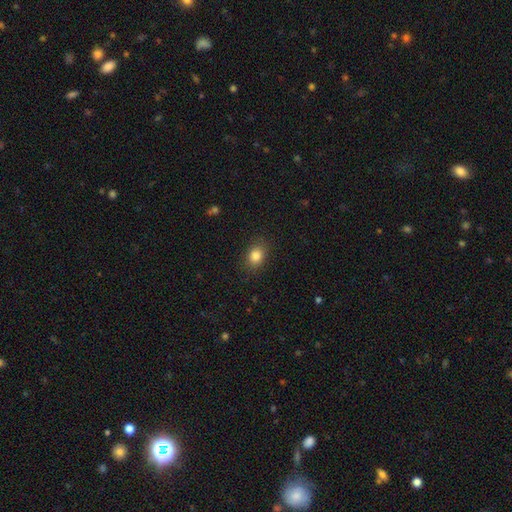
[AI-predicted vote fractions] This is clearly a smooth galaxy (84%). How rounded: possibly in between (59%). Merging: clearly none (85%).